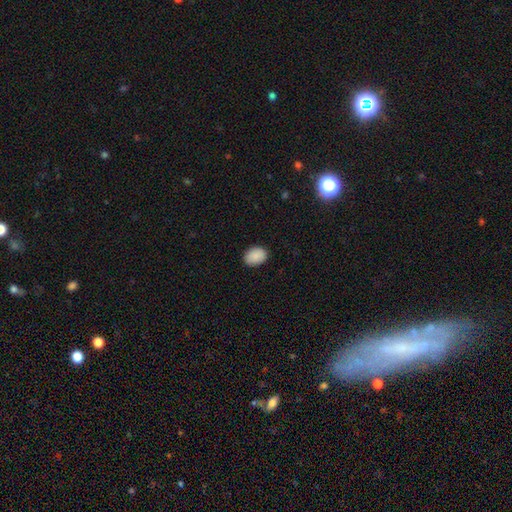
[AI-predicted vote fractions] smooth-or-featured: smooth: 90% | star or artifact: 7% | featured or disk: 4%
  how-rounded: in between: 73% | round: 26% | cigar-shaped: 1%
  merging: none: 86% | minor disturbance: 11% | major disturbance: 2% | merger: 1%